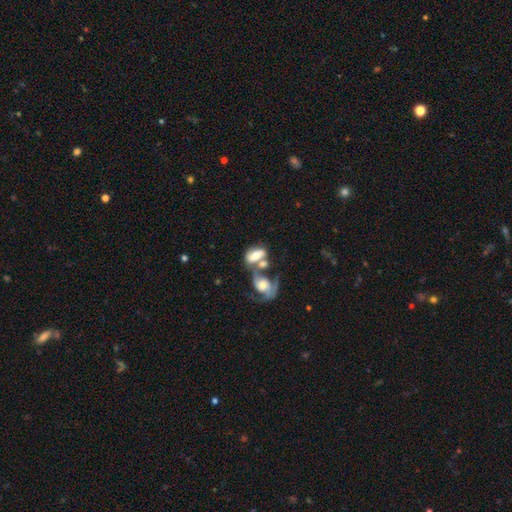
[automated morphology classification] Overall: smooth (51%; featured or disk 41%). How rounded: in between (88%). Merging: merger (67%).